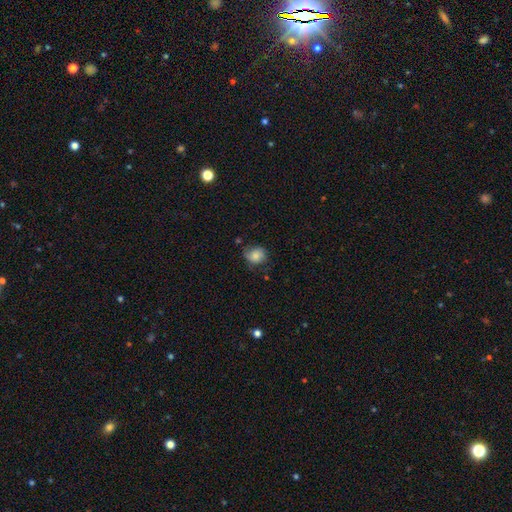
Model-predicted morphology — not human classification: type=smooth (73%); roundness=round (67%); merging=none (59%).